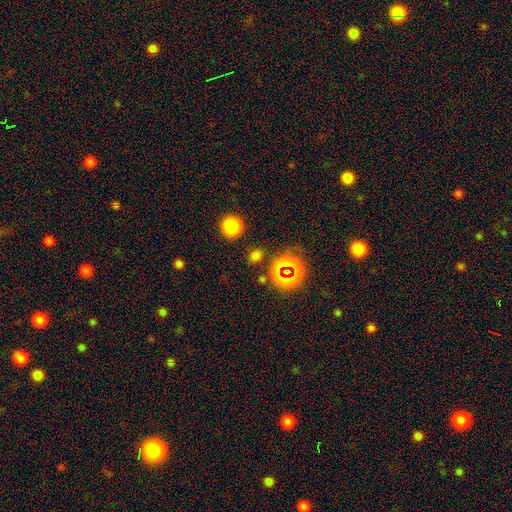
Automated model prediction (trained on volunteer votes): This appears to be a smooth galaxy with no disk features (56%) that is round (68%). Merging: none (81%).